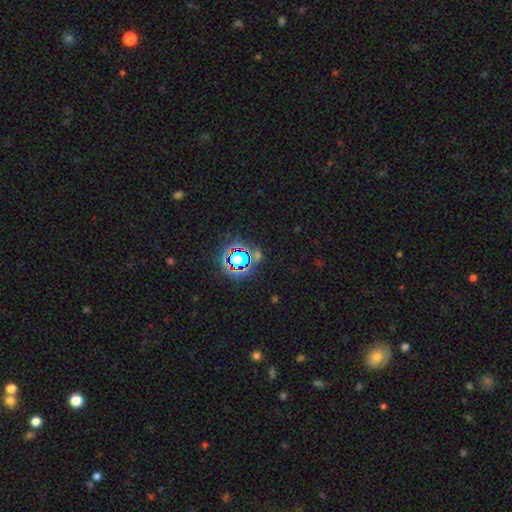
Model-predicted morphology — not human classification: Smooth or featured: star or artifact — 74% (smooth — 18%)